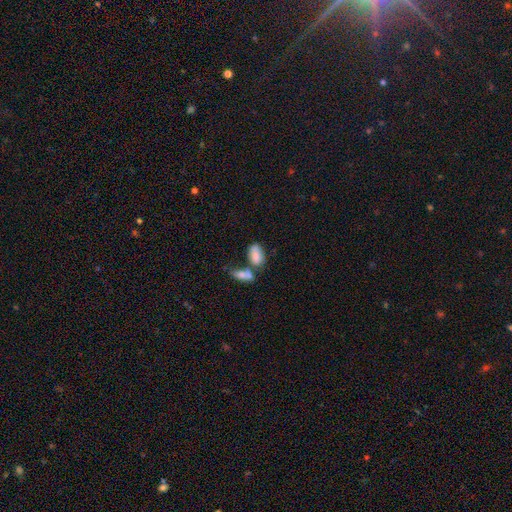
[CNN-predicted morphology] Q: Smooth or featured?
A: smooth (78%); runner-up: featured or disk (15%)
Q: How rounded?
A: in between (91%); runner-up: round (5%)
Q: Merging?
A: merger (48%); runner-up: none (33%)